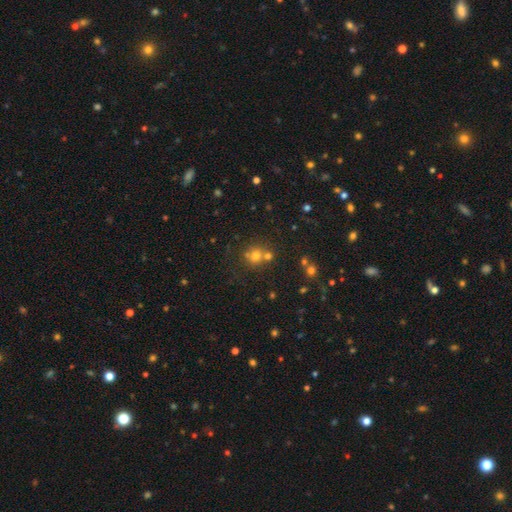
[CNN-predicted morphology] type=smooth (64%); roundness=round (86%); merging=none (57%).